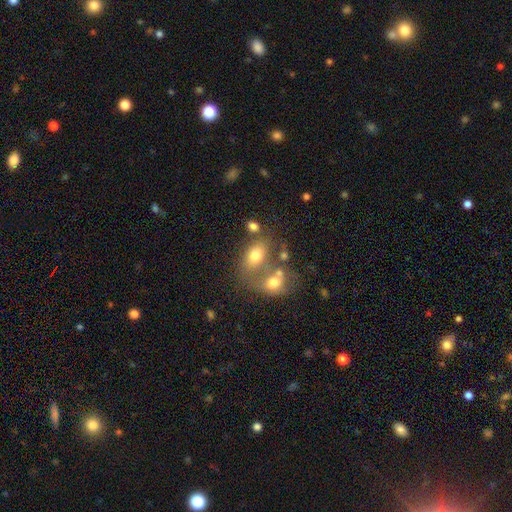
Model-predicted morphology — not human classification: A smooth galaxy with no disk features (71%) that is in between round and cigar-shaped (82%).

Vote fractions:
- Smooth or featured? smooth: 71% / featured or disk: 18% / star or artifact: 11%
- How rounded? in between: 82% / round: 16% / cigar-shaped: 2%
- Merging? merger: 45% / none: 34% / minor disturbance: 13% / major disturbance: 9%